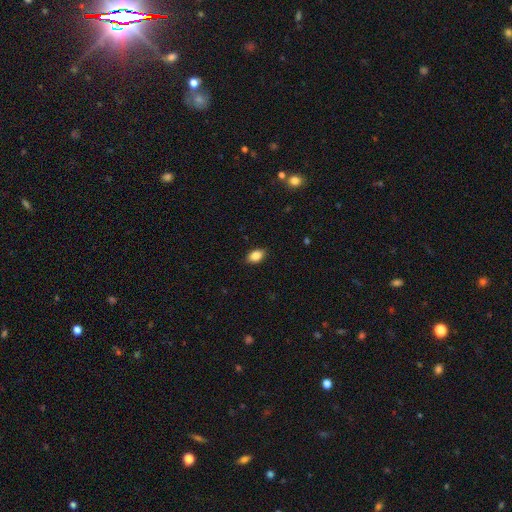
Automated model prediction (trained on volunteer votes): smooth_or_featured: smooth (p=0.86) [alt: star or artifact p=0.08]
how_rounded: in between (p=0.87) [alt: round p=0.11]
merging: none (p=0.88) [alt: minor disturbance p=0.09]